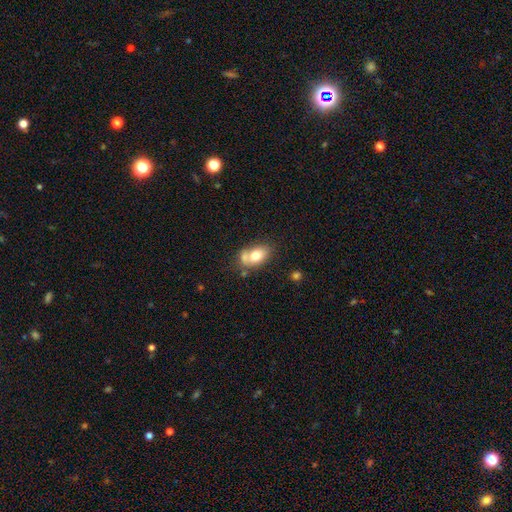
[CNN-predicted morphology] Overall: smooth (72%). How rounded: in between (84%). Merging: none (41%; merger 33%).